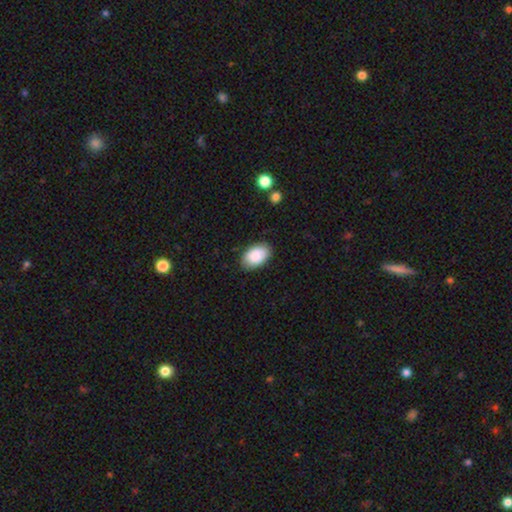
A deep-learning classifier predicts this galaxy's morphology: Smooth or featured?
  - smooth: 89% *
  - star or artifact: 6%
  - featured or disk: 5%
How rounded?
  - in between: 93% *
  - round: 6%
  - cigar-shaped: 1%
Merging?
  - none: 85% *
  - minor disturbance: 11%
  - major disturbance: 2%
  - merger: 1%